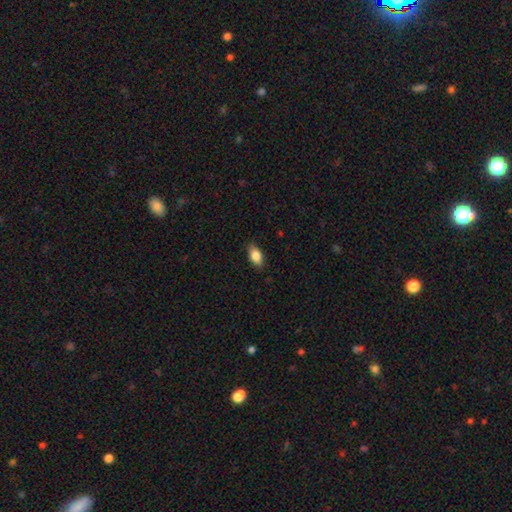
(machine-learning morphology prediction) type=smooth (82%); roundness=in between (88%); merging=none (85%).